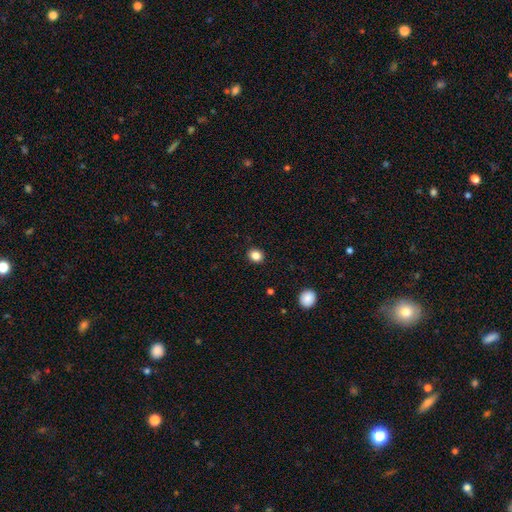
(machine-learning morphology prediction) Smooth or featured?
  - smooth: 85% *
  - star or artifact: 11%
  - featured or disk: 4%
How rounded?
  - round: 71% *
  - in between: 28%
  - cigar-shaped: 1%
Merging?
  - none: 91% *
  - minor disturbance: 6%
  - major disturbance: 2%
  - merger: 1%